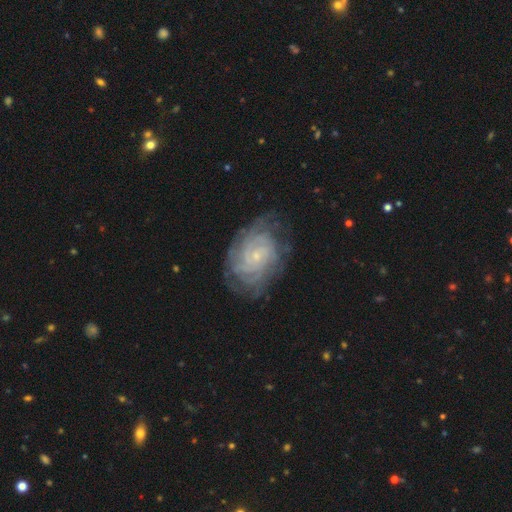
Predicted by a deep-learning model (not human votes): Smooth or featured?
  - featured or disk: 82% *
  - smooth: 10%
  - star or artifact: 8%
Edge-on disk?
  - no: 97% *
  - yes: 3%
Bar?
  - no: 71% *
  - weak: 24%
  - strong: 5%
Spiral arms?
  - yes: 95% *
  - no: 5%
Spiral winding?
  - tight: 74% *
  - medium: 21%
  - loose: 5%
Spiral arm count?
  - can't tell: 41% *
  - 4: 18%
  - more than 4: 13%
  - 2: 11%
  - 3: 11%
  - 1: 7%
Bulge size?
  - small: 84% *
  - moderate: 11%
  - none: 3%
  - large: 1%
  - dominant: 1%
Merging?
  - none: 75% *
  - minor disturbance: 16%
  - major disturbance: 8%
  - merger: 1%